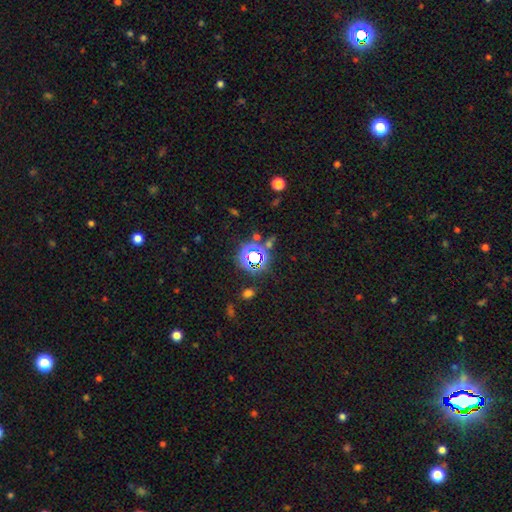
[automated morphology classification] A star or artifact, not a galaxy (71%).